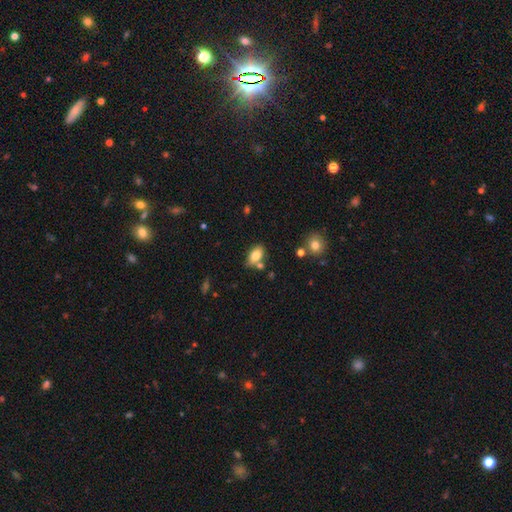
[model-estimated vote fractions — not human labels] Smooth or featured? smooth (78%)
How rounded? in between (90%)
Merging? none (66%)